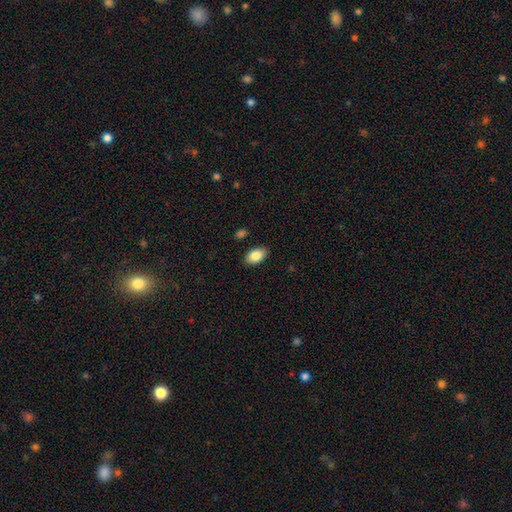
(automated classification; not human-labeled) Smooth or featured: smooth — 86% (star or artifact — 7%)
How rounded: in between — 92% (round — 6%)
Merging: none — 87% (minor disturbance — 9%)